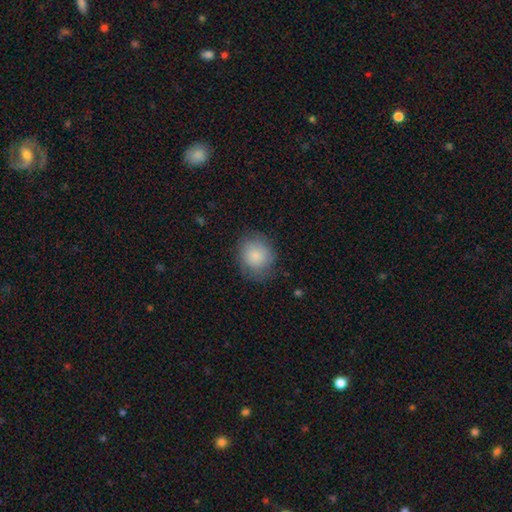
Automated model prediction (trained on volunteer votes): Smooth or featured?
  - smooth: 84% *
  - featured or disk: 9%
  - star or artifact: 7%
How rounded?
  - round: 74% *
  - in between: 26%
  - cigar-shaped: 1%
Merging?
  - none: 76% *
  - minor disturbance: 17%
  - major disturbance: 6%
  - merger: 1%